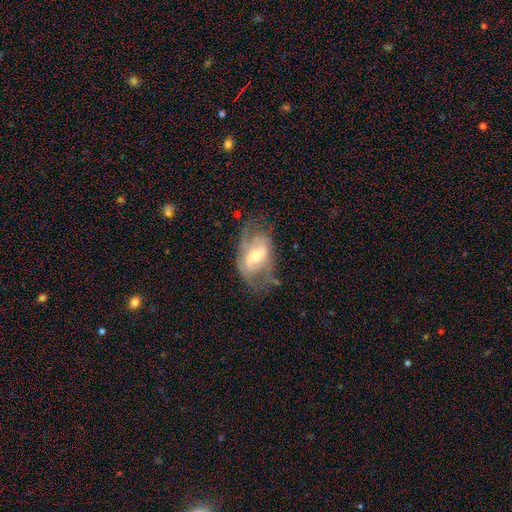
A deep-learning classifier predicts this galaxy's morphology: A featured or disk galaxy (71%) with a weak bar (43%), spiral arms (70%) and a moderate central bulge (62%).

Vote fractions:
- Smooth or featured? featured or disk: 71% / smooth: 22% / star or artifact: 7%
- Edge-on disk? no: 93% / yes: 7%
- Bar? weak: 43% / strong: 35% / no: 23%
- Spiral arms? yes: 70% / no: 30%
- Bulge size? moderate: 62% / small: 29% / large: 7% / none: 1% / dominant: 1%
- Merging? none: 51% / minor disturbance: 25% / major disturbance: 21% / merger: 3%